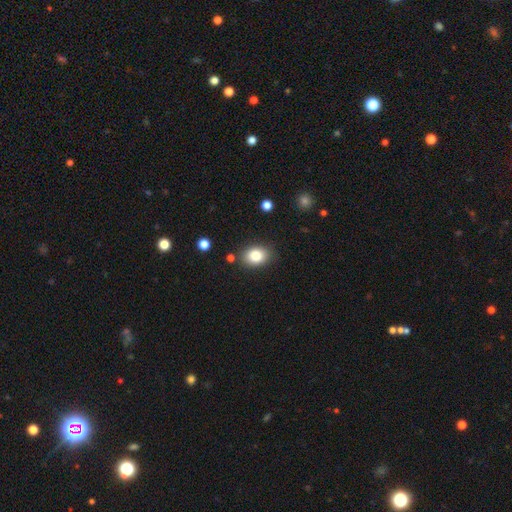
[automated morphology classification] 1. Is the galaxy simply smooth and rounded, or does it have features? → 83% smooth, 9% star or artifact, 7% featured or disk.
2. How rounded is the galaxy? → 69% in between, 30% round, 1% cigar-shaped.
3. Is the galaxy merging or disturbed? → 84% none, 11% minor disturbance, 3% major disturbance, 3% merger.